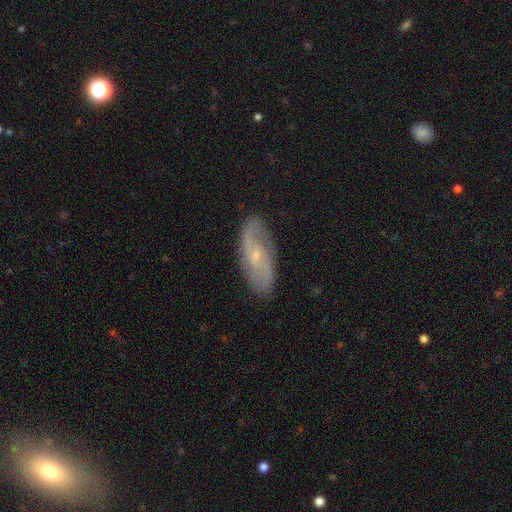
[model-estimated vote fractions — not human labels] smooth-or-featured: featured or disk: 72% | smooth: 21% | star or artifact: 7%
  disk-edge-on: no: 91% | yes: 9%
    bar: no: 58% | weak: 35% | strong: 7%
    has-spiral-arms: yes: 90% | no: 10%
      spiral-winding: medium: 40% | loose: 36% | tight: 24%
      spiral-arm-count: 2: 74% | can't tell: 15% | 3: 4% | 1: 3% | 4: 2% | more than 4: 2%
    bulge-size: small: 77% | moderate: 18% | none: 4% | large: 1% | dominant: 1%
  merging: none: 82% | minor disturbance: 14% | major disturbance: 3% | merger: 1%